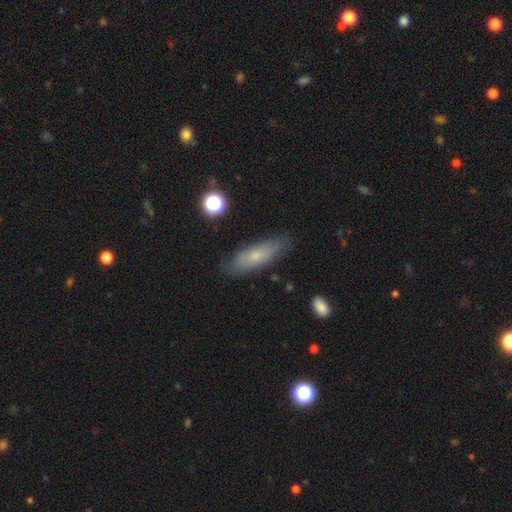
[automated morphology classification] Overall: smooth (66%). How rounded: in between (49%; cigar-shaped 48%). Merging: none (79%).